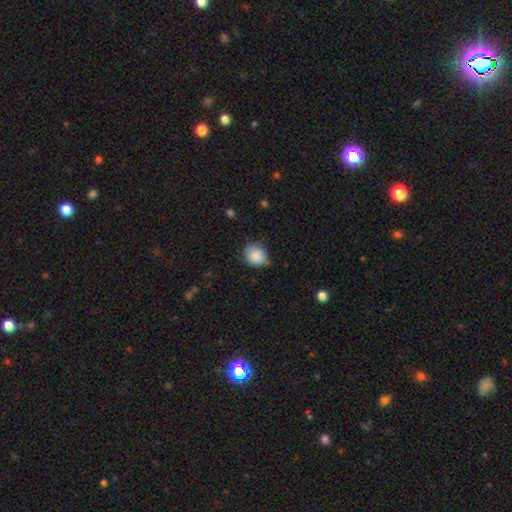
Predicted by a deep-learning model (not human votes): smooth 85%, star or artifact 8%, featured or disk 7%. Down the decision tree: how rounded — round (76%); merging — none (57%).